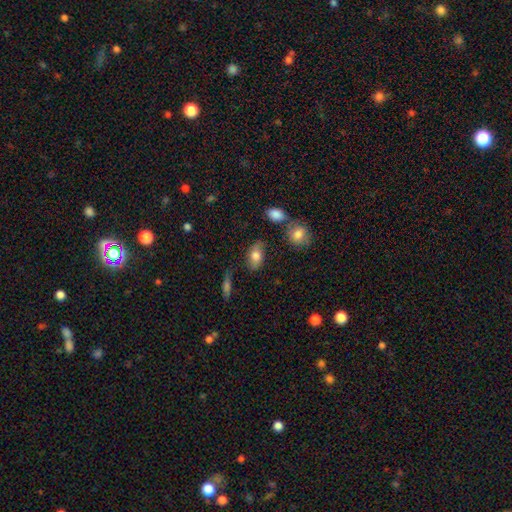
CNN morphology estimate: smooth-or-featured: smooth: 75% | featured or disk: 17% | star or artifact: 8%
  how-rounded: in between: 87% | round: 10% | cigar-shaped: 3%
  merging: none: 73% | minor disturbance: 18% | major disturbance: 5% | merger: 4%